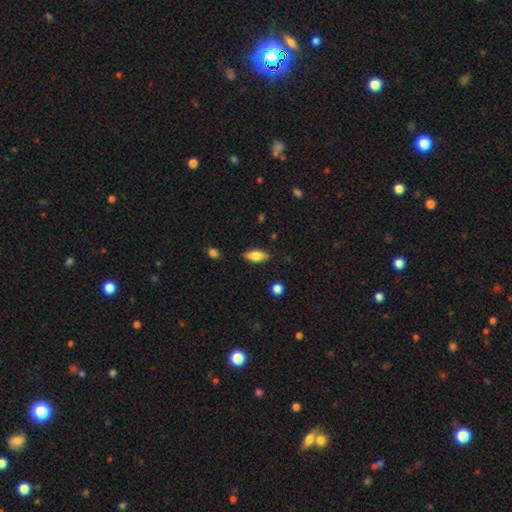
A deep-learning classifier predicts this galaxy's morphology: Smooth or featured: smooth — 67% (featured or disk — 26%)
How rounded: in between — 76% (cigar-shaped — 21%)
Merging: none — 85% (minor disturbance — 11%)